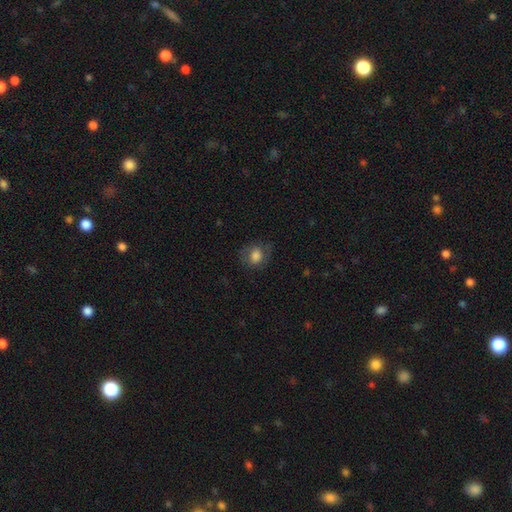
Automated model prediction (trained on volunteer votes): A smooth galaxy with no disk features (74%) that is round (65%).

Vote fractions:
- Smooth or featured? smooth: 74% / featured or disk: 17% / star or artifact: 9%
- How rounded? round: 65% / in between: 34% / cigar-shaped: 1%
- Merging? none: 66% / minor disturbance: 21% / major disturbance: 12% / merger: 1%